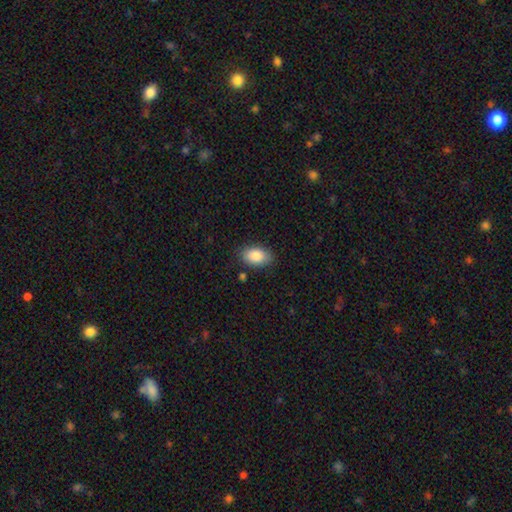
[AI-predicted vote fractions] Morphology: type=smooth (87%); roundness=in between (91%); merging=none (82%).